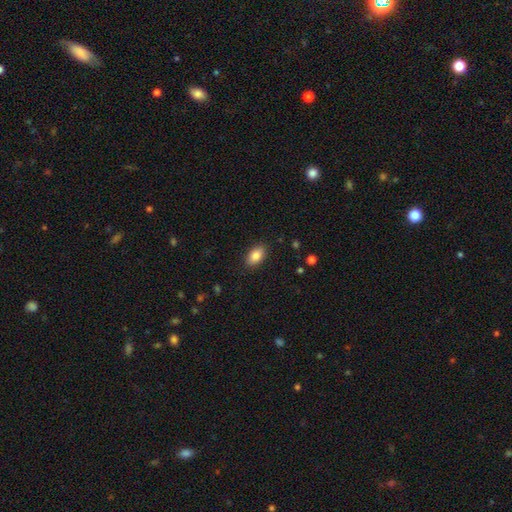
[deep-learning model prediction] Smooth or featured: smooth — 86% (star or artifact — 7%)
How rounded: in between — 92% (round — 6%)
Merging: none — 87% (minor disturbance — 9%)